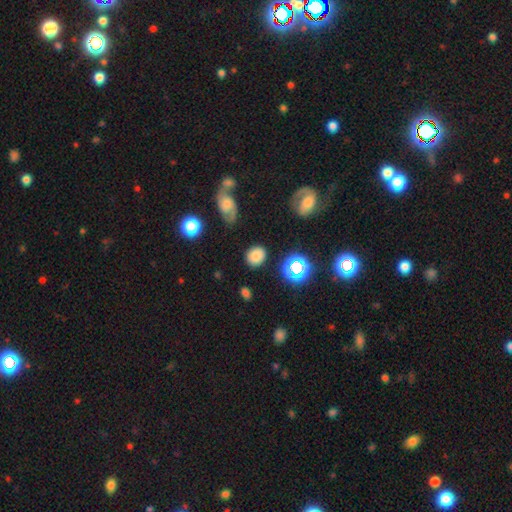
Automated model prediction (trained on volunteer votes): Smooth or featured?
  - smooth: 76% *
  - star or artifact: 14%
  - featured or disk: 10%
How rounded?
  - round: 65% *
  - in between: 34%
  - cigar-shaped: 1%
Merging?
  - none: 84% *
  - minor disturbance: 10%
  - major disturbance: 3%
  - merger: 2%